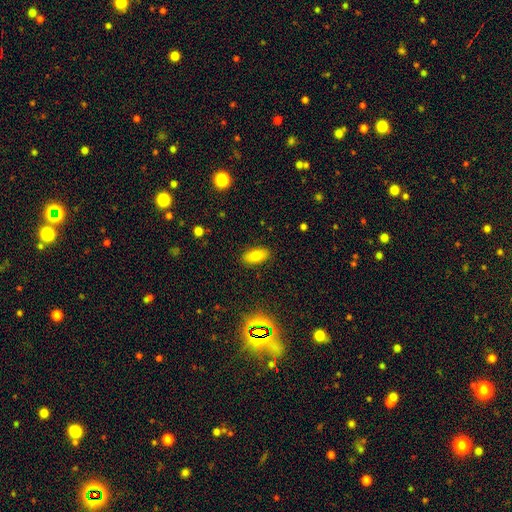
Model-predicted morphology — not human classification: type=smooth (79%); roundness=in between (90%); merging=none (88%).